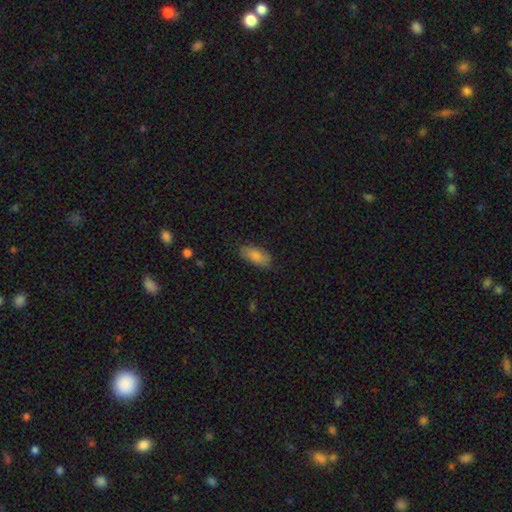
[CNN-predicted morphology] smooth 79%, featured or disk 14%, star or artifact 7%. Down the decision tree: how rounded — in between (83%); merging — none (79%).